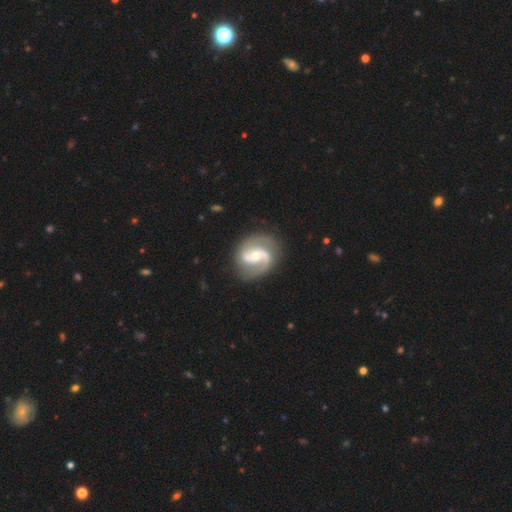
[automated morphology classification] Smooth or featured: featured or disk — 90% (smooth — 6%)
Edge-on disk: no — 98% (yes — 2%)
Bar: weak — 42% (no — 38%)
Spiral arms: yes — 97% (no — 3%)
Spiral winding: medium — 57% (tight — 24%)
Spiral arm count: 2 — 91% (1 — 3%)
Bulge size: moderate — 55% (small — 40%)
Merging: none — 81% (minor disturbance — 13%)